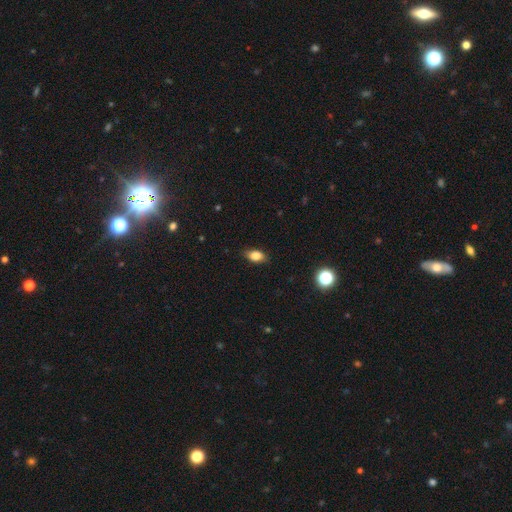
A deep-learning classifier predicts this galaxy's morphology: smooth-or-featured: smooth: 83% | star or artifact: 9% | featured or disk: 8%
  how-rounded: in between: 85% | round: 11% | cigar-shaped: 4%
  merging: none: 84% | minor disturbance: 13% | major disturbance: 2% | merger: 1%